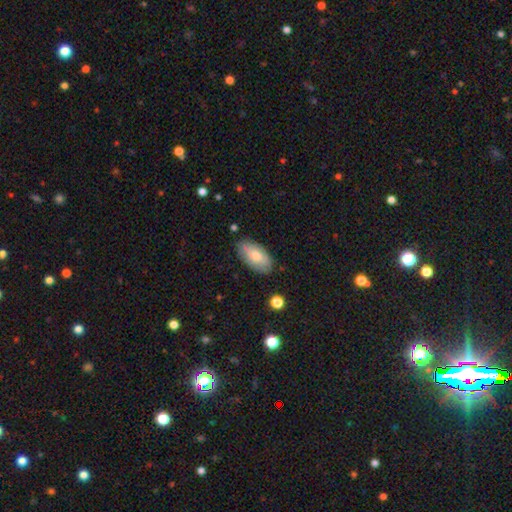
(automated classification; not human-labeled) A smooth galaxy with no disk features (72%) that is in between round and cigar-shaped (94%).

Vote fractions:
- Smooth or featured? smooth: 72% / featured or disk: 22% / star or artifact: 6%
- How rounded? in between: 94% / cigar-shaped: 4% / round: 3%
- Merging? none: 81% / minor disturbance: 14% / major disturbance: 3% / merger: 2%